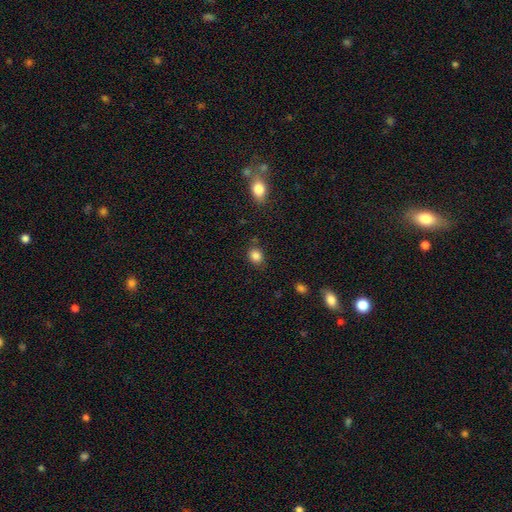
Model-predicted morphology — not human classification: Smooth or featured? Predicted: smooth (p=0.85). How rounded? Predicted: round (p=0.59). Merging? Predicted: none (p=0.81).